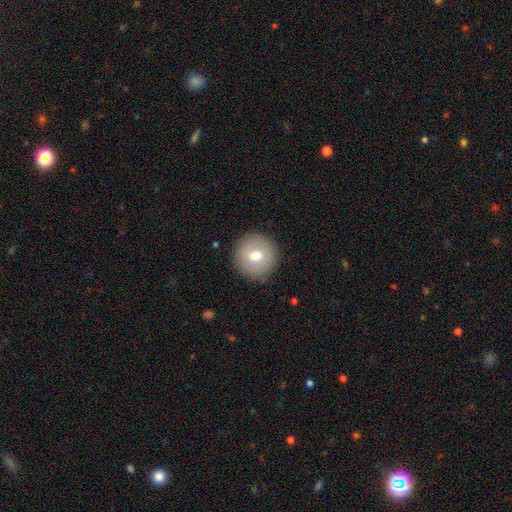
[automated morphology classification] Smooth or featured?
  - smooth: 74% *
  - featured or disk: 18%
  - star or artifact: 8%
How rounded?
  - round: 95% *
  - in between: 4%
  - cigar-shaped: 1%
Merging?
  - none: 89% *
  - minor disturbance: 7%
  - major disturbance: 2%
  - merger: 1%